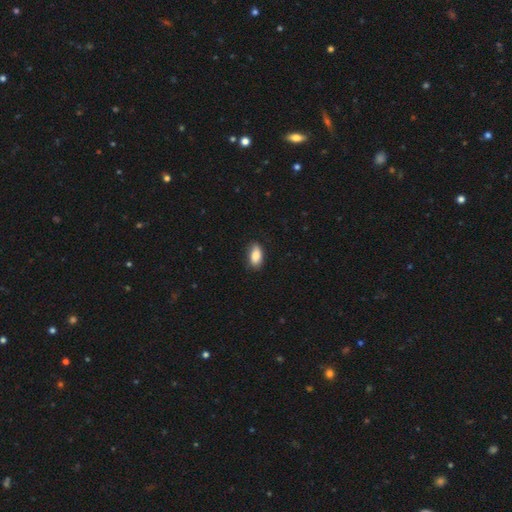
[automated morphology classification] smooth-or-featured: smooth: 85% | featured or disk: 8% | star or artifact: 7%
  how-rounded: in between: 91% | round: 4% | cigar-shaped: 4%
  merging: none: 74% | minor disturbance: 21% | major disturbance: 4% | merger: 1%